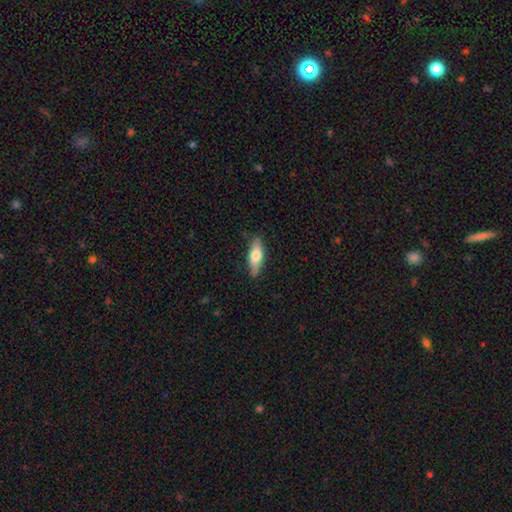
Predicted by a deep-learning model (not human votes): A smooth galaxy with no disk features (68%) that is in between round and cigar-shaped (62%). Merging: none (83%).